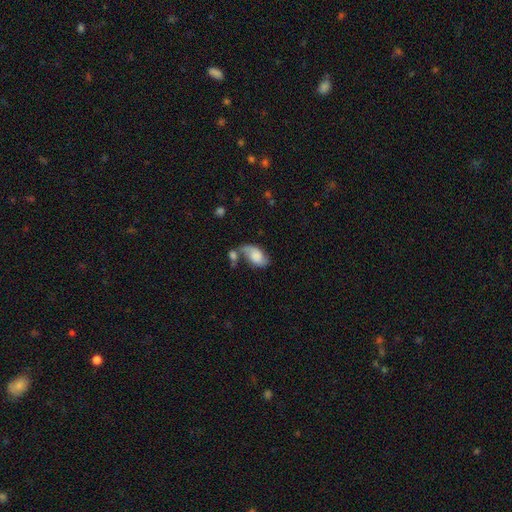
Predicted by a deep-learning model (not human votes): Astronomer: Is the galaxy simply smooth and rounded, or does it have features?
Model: featured or disk — 46%, tied with smooth at 46%.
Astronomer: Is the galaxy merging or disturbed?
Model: none — 35% (runner-up: merger, 30%).